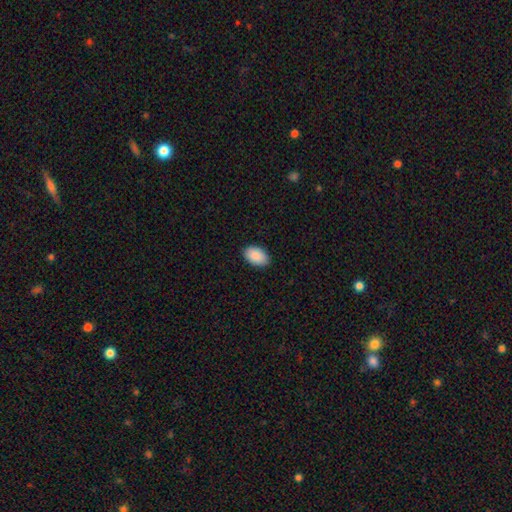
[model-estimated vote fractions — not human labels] smooth_or_featured: smooth (p=0.90) [alt: star or artifact p=0.06]
how_rounded: in between (p=0.92) [alt: round p=0.07]
merging: none (p=0.89) [alt: minor disturbance p=0.09]